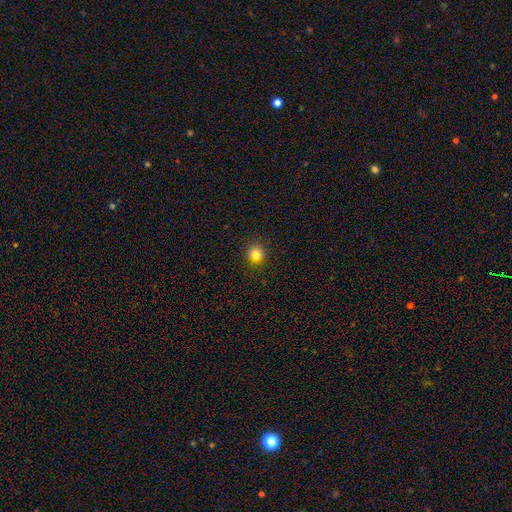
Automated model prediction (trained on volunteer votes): smooth_or_featured: smooth (p=0.81) [alt: star or artifact p=0.14]
how_rounded: round (p=0.88) [alt: in between p=0.11]
merging: none (p=0.90) [alt: minor disturbance p=0.07]